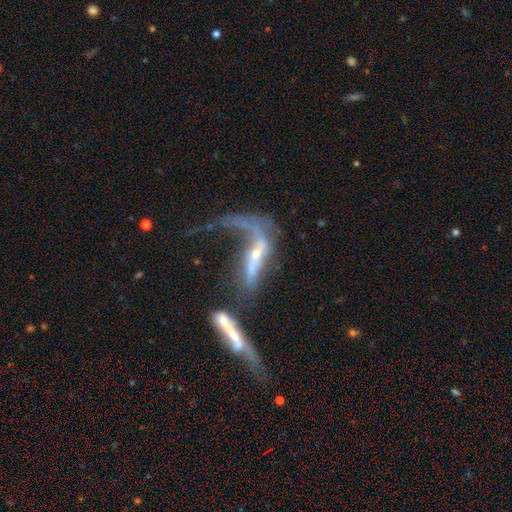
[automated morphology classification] This is likely a featured or disk galaxy (69%). It is likely not viewed edge-on (70%). Merging: marginally merger (44%).